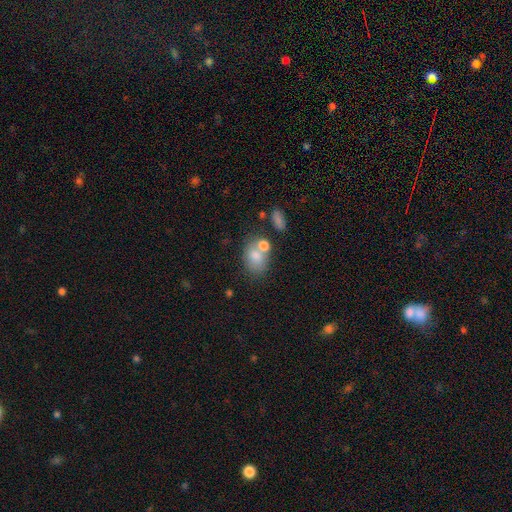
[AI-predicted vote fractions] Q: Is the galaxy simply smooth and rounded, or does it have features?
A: smooth — 76%.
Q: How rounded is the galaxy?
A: in between — 71%.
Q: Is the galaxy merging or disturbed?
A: none — 49%.